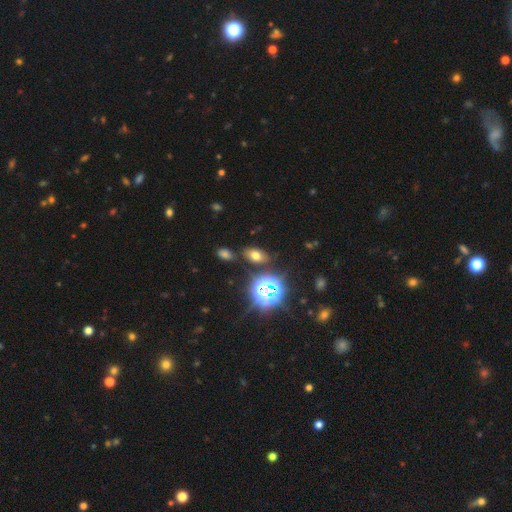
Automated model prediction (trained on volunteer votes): This is possibly a smooth galaxy (58%). How rounded: clearly in between (84%). Merging: clearly none (82%).